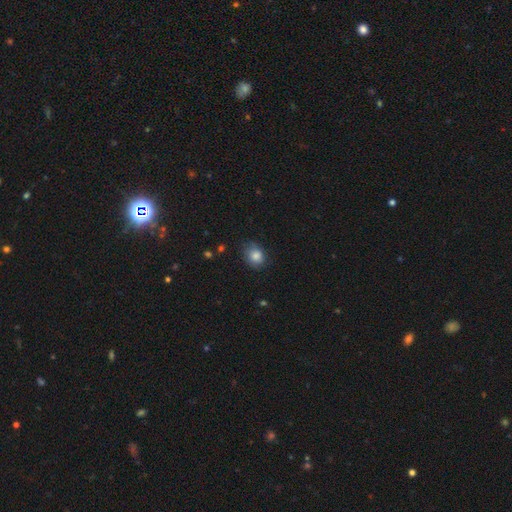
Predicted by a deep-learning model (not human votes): Smooth or featured: smooth — 80% (featured or disk — 11%)
How rounded: round — 59% (in between — 40%)
Merging: none — 70% (minor disturbance — 23%)